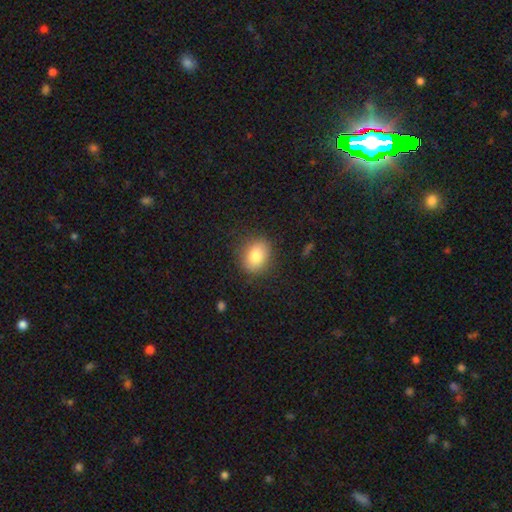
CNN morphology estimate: smooth-or-featured: smooth: 81% | featured or disk: 10% | star or artifact: 9%
  how-rounded: in between: 50% | round: 49% | cigar-shaped: 1%
  merging: none: 85% | minor disturbance: 11% | major disturbance: 3% | merger: 1%